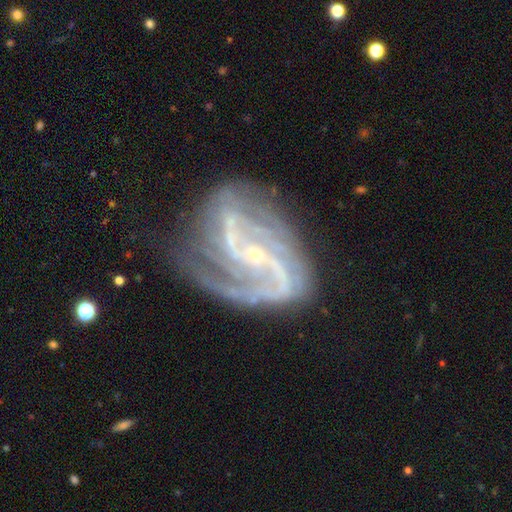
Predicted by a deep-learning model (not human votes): Q: Smooth or featured?
A: featured or disk (91%); runner-up: star or artifact (6%)
Q: Edge-on disk?
A: no (98%); runner-up: yes (2%)
Q: Bar?
A: weak (38%); runner-up: strong (32%)
Q: Spiral arms?
A: yes (98%); runner-up: no (2%)
Q: Spiral winding?
A: medium (53%); runner-up: tight (25%)
Q: Spiral arm count?
A: 2 (60%); runner-up: 3 (15%)
Q: Bulge size?
A: small (83%); runner-up: moderate (13%)
Q: Merging?
A: none (56%); runner-up: minor disturbance (24%)